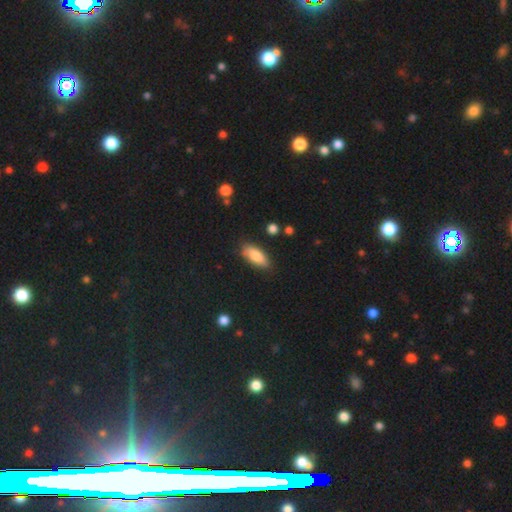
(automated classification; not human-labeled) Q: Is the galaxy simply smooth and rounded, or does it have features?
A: smooth — 82%.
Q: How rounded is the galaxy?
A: in between — 81%.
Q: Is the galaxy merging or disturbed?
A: none — 81%.